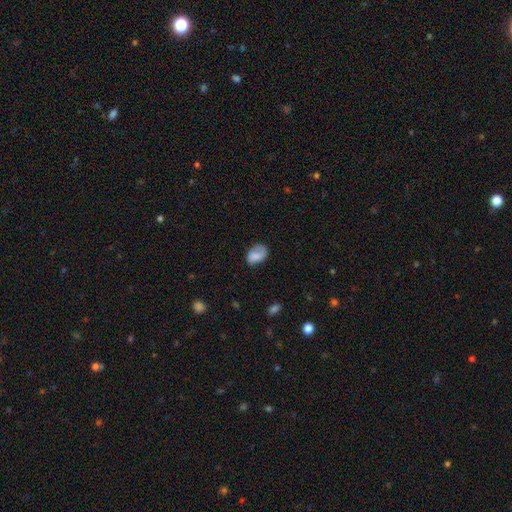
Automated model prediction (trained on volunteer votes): Smooth or featured? smooth (76%)
How rounded? in between (82%)
Merging? none (58%)